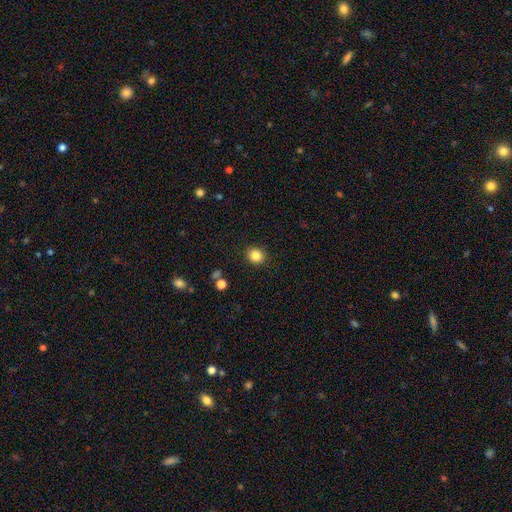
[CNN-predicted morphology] A smooth galaxy with no disk features (84%) that is round (81%).

Vote fractions:
- Smooth or featured? smooth: 84% / star or artifact: 11% / featured or disk: 5%
- How rounded? round: 81% / in between: 19% / cigar-shaped: 1%
- Merging? none: 90% / minor disturbance: 7% / major disturbance: 2% / merger: 1%